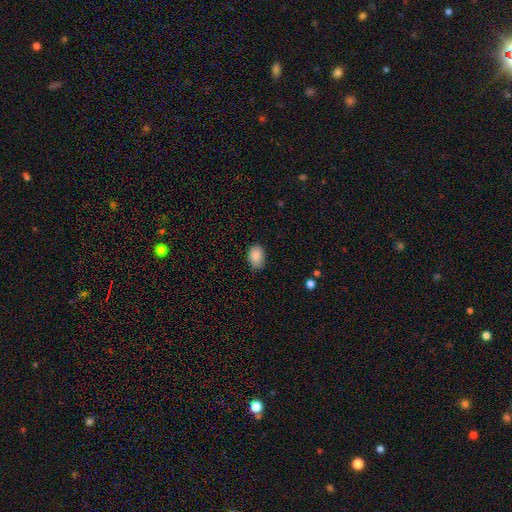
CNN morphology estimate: smooth 87%, star or artifact 8%, featured or disk 5%. Down the decision tree: how rounded — in between (80%); merging — none (82%).